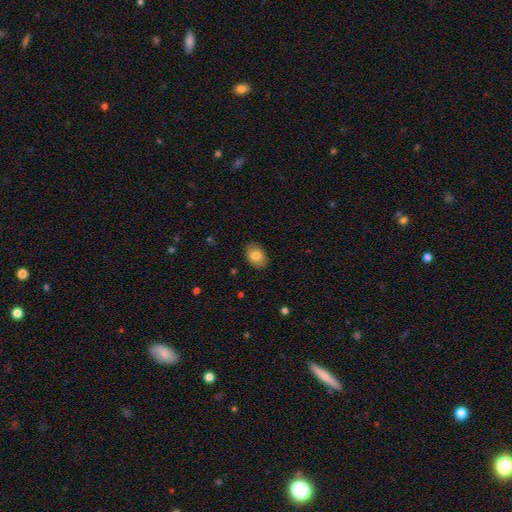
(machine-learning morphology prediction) A smooth galaxy with no disk features (80%) that is in between round and cigar-shaped (80%).

Vote fractions:
- Smooth or featured? smooth: 80% / featured or disk: 13% / star or artifact: 7%
- How rounded? in between: 80% / round: 19% / cigar-shaped: 1%
- Merging? none: 86% / minor disturbance: 11% / major disturbance: 2% / merger: 1%